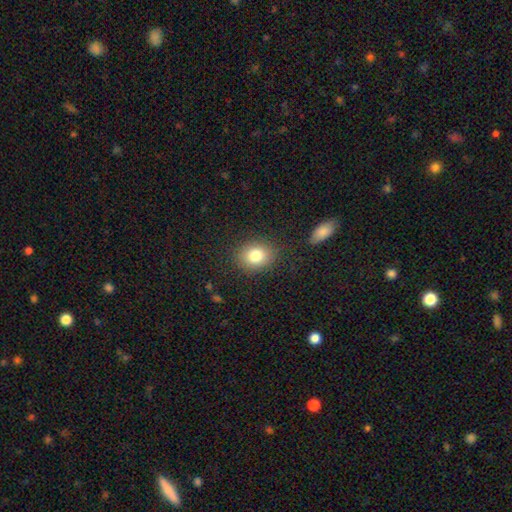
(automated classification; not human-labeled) Smooth or featured? Predicted: smooth (p=0.81). How rounded? Predicted: round (p=0.56). Merging? Predicted: none (p=0.84).